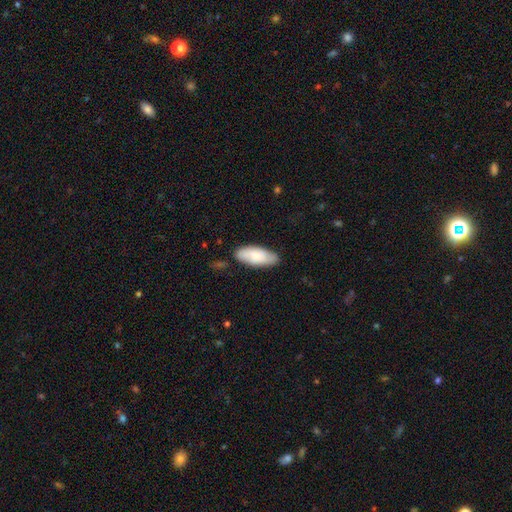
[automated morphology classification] Overall: smooth (76%). How rounded: in between (82%). Merging: none (79%).